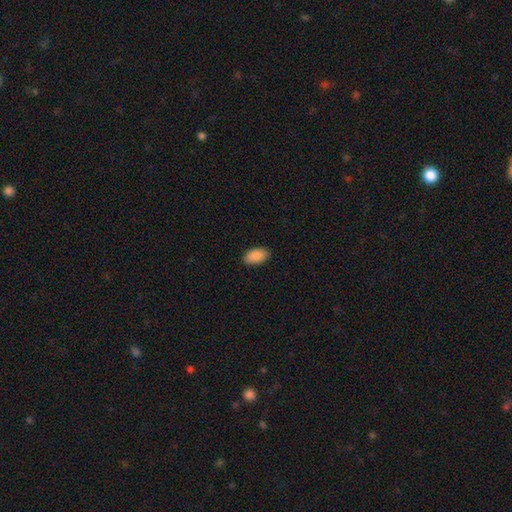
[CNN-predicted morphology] This appears to be a smooth galaxy with no disk features (90%) that is in between round and cigar-shaped (95%). Merging: none (87%).